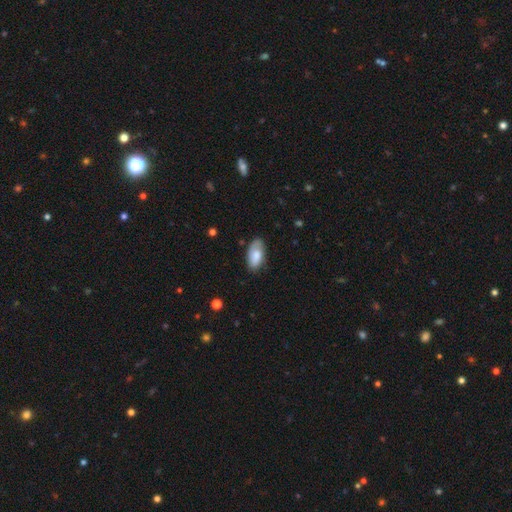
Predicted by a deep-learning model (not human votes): Smooth or featured: smooth — 73% (featured or disk — 21%)
How rounded: in between — 94% (cigar-shaped — 3%)
Merging: none — 73% (minor disturbance — 21%)